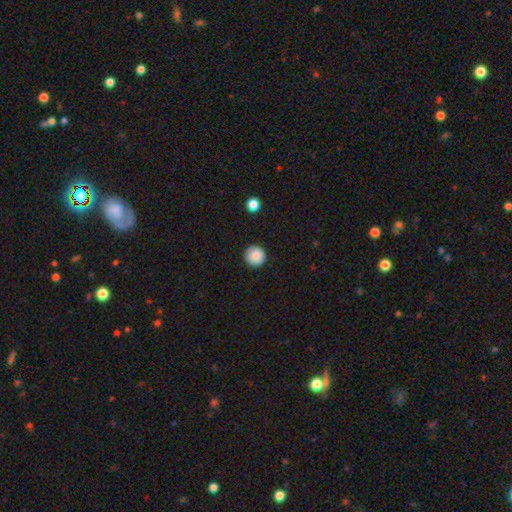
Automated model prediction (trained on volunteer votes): This is clearly a smooth galaxy (84%). How rounded: clearly round (96%). Merging: clearly none (91%).